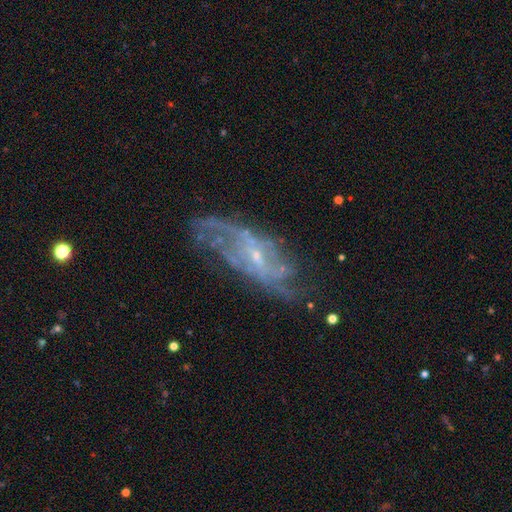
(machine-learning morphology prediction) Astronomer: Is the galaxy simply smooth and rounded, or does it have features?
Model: featured or disk — 82%.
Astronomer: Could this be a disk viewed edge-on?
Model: no — 89%.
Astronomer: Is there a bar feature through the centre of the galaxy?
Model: weak — 43%, tied with no at 43%.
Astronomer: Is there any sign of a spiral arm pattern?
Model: yes — 86%.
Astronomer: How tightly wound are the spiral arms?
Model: medium — 40% (runner-up: loose, 32%).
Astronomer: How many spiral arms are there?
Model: can't tell — 41% (runner-up: 2, 29%).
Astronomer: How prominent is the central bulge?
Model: small — 78%.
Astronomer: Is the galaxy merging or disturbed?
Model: none — 63%.